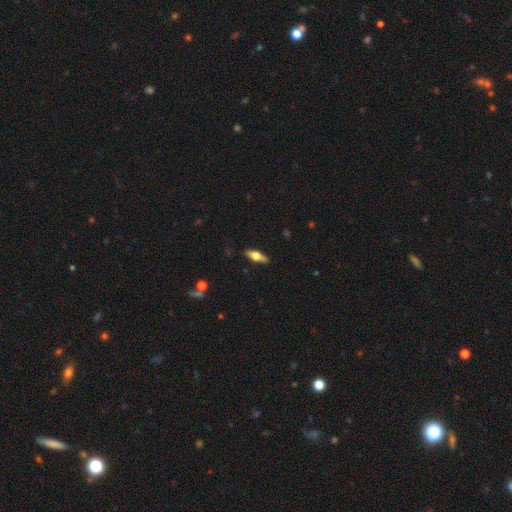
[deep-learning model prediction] This is possibly a featured or disk galaxy (54%). It is clearly viewed edge-on (91%). Merging: clearly none (87%).